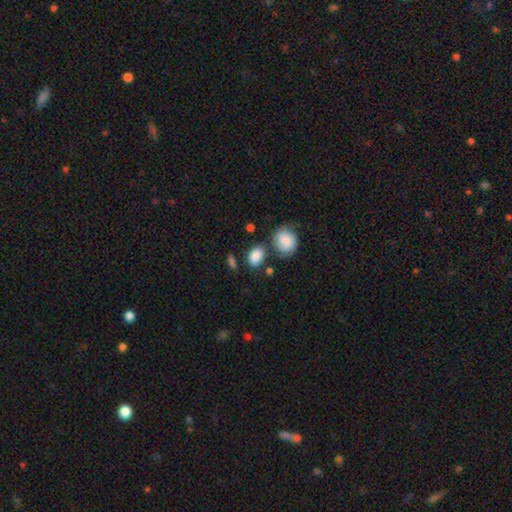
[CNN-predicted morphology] smooth 86%, featured or disk 8%, star or artifact 7%. Down the decision tree: how rounded — in between (77%); merging — none (66%).